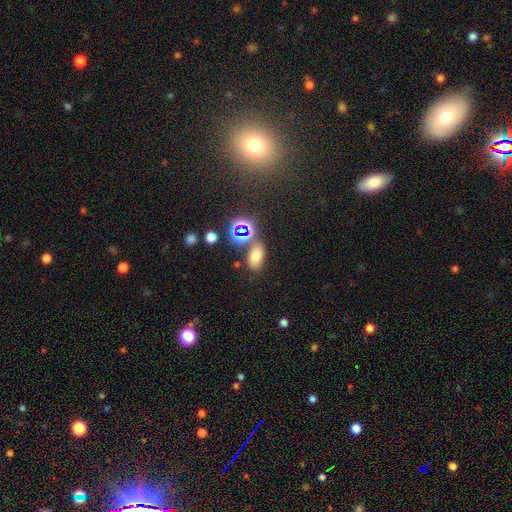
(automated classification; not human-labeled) This appears to be a smooth galaxy with no disk features (68%) that is in between round and cigar-shaped (87%). Merging: none (68%).